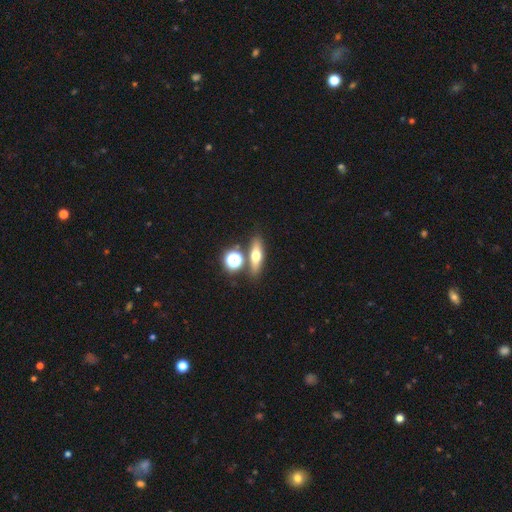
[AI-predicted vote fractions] Smooth or featured?
  - smooth: 52% *
  - featured or disk: 34%
  - star or artifact: 13%
How rounded?
  - cigar-shaped: 43% *
  - in between: 39%
  - round: 17%
Merging?
  - none: 76% *
  - merger: 12%
  - minor disturbance: 9%
  - major disturbance: 3%